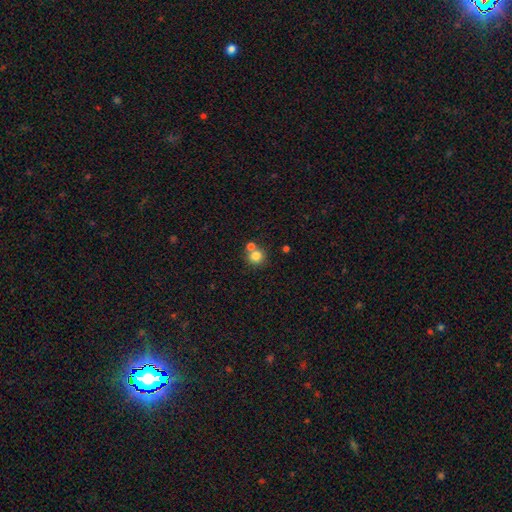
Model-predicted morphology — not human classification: A smooth galaxy with no disk features (81%) that is round (90%). Merging: none (57%).